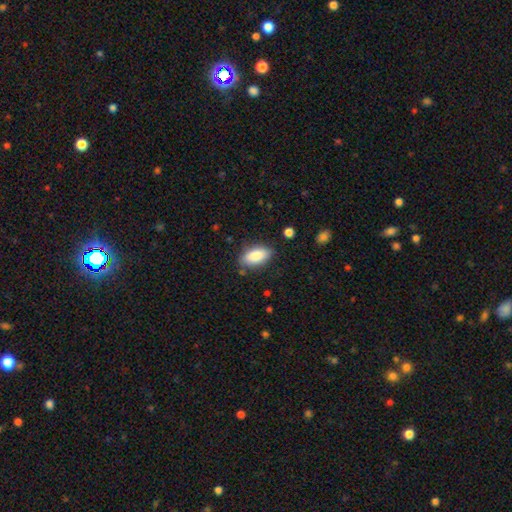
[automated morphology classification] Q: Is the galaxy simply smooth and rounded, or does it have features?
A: smooth — 86%.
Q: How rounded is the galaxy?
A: in between — 91%.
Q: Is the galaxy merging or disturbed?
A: none — 80%.